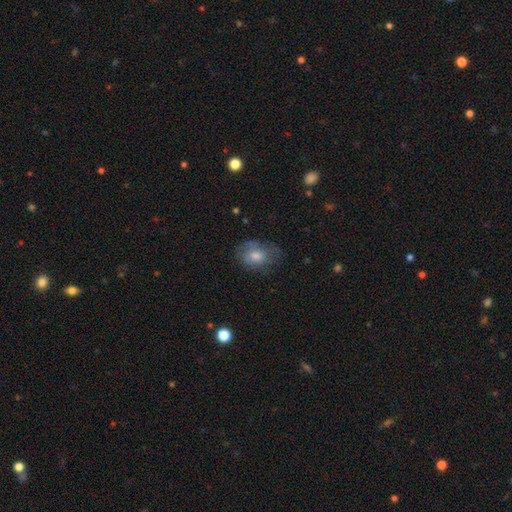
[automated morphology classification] Overall: smooth (61%; featured or disk 28%). How rounded: in between (67%; round 31%). Merging: none (58%; minor disturbance 27%).